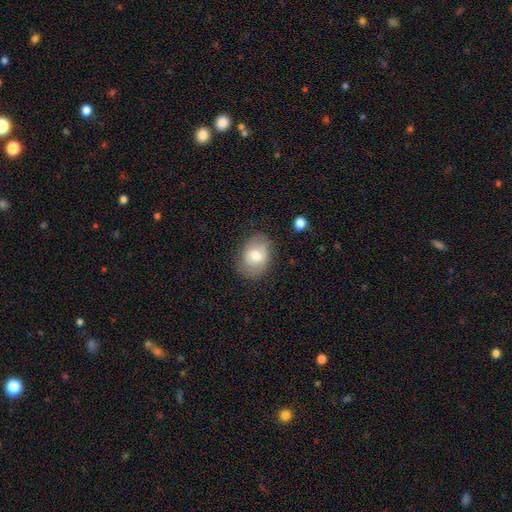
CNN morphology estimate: This is likely a smooth galaxy (66%). How rounded: likely in between (69%). Merging: likely none (75%).